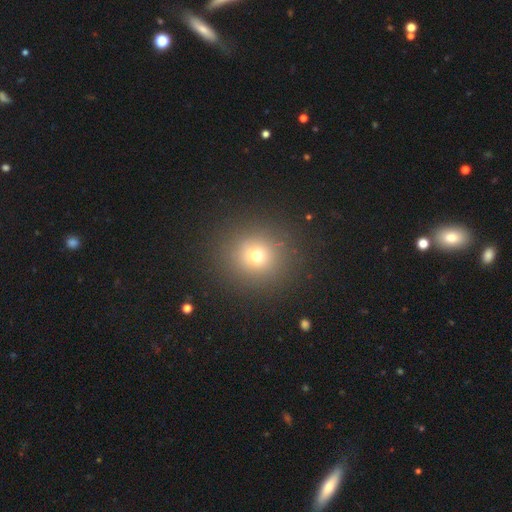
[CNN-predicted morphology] Overall: smooth (70%). How rounded: round (92%). Merging: none (89%).